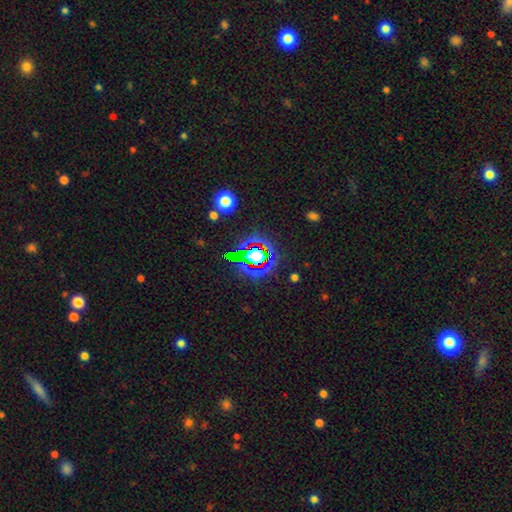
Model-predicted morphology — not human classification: smooth_or_featured: star or artifact (p=0.65) [alt: smooth p=0.23]